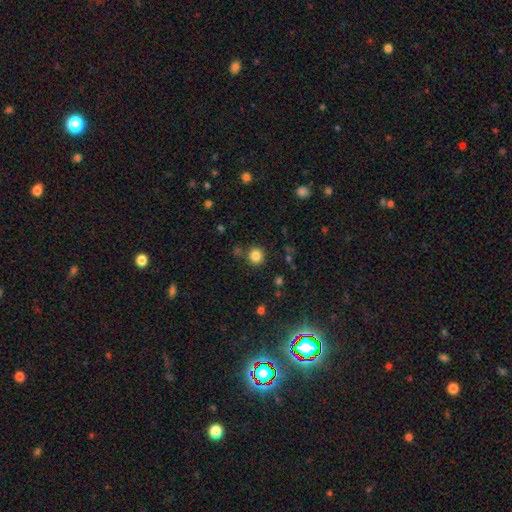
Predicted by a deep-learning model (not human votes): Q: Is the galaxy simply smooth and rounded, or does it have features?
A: smooth — 84%.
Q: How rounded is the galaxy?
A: round — 91%.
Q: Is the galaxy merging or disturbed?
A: none — 84%.